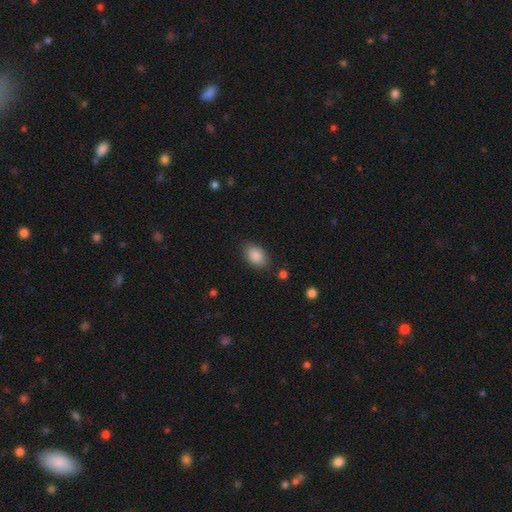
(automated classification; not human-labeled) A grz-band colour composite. It shows a smooth galaxy with no disk features (88%) that is in between round and cigar-shaped (88%). Merging: none (84%).